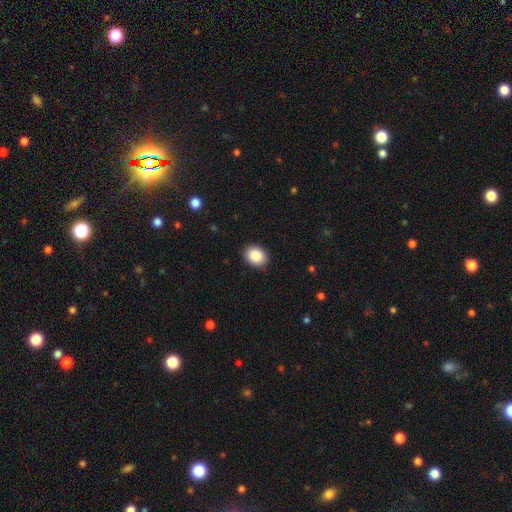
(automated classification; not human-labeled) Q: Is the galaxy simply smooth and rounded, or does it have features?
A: smooth — 89%.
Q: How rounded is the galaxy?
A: round — 54%.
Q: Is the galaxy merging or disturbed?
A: none — 89%.